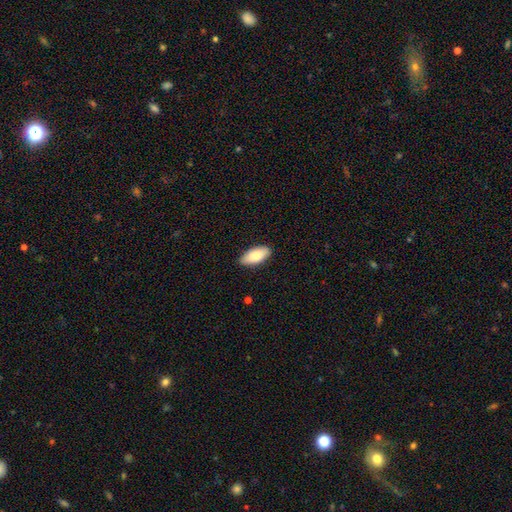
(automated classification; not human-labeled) Smooth or featured? smooth (82%)
How rounded? in between (89%)
Merging? none (87%)